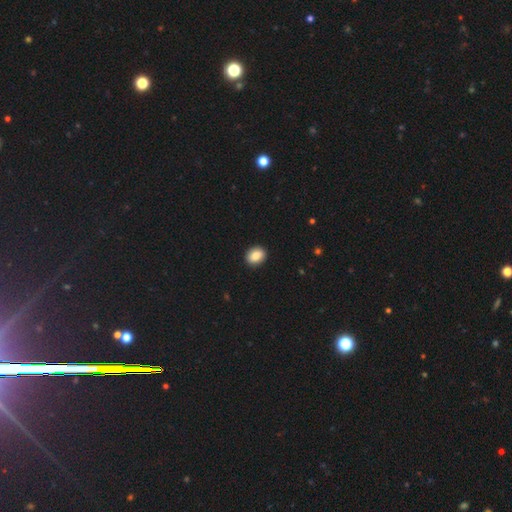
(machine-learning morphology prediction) smooth 87%, star or artifact 8%, featured or disk 5%. Down the decision tree: how rounded — in between (52%); merging — none (91%).